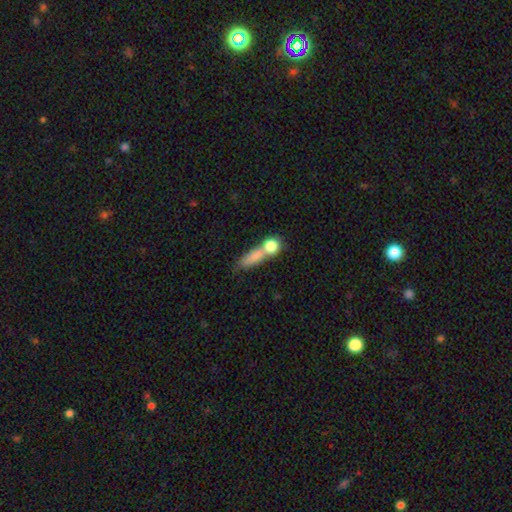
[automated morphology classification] This appears to be a smooth galaxy with no disk features (74%) that is in between round and cigar-shaped (39%). Merging: merger (51%).